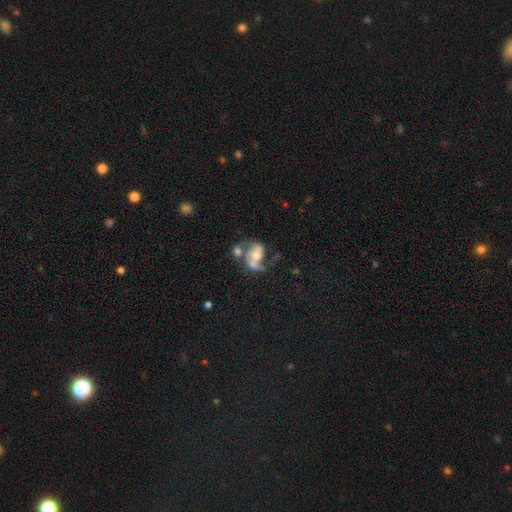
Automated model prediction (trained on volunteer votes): Smooth or featured? featured or disk (74%)
Edge-on disk? no (98%)
Bar? no (58%)
Spiral arms? yes (84%)
Spiral winding? loose (48%)
Spiral arm count? 2 (77%)
Bulge size? moderate (61%)
Merging? merger (42%)